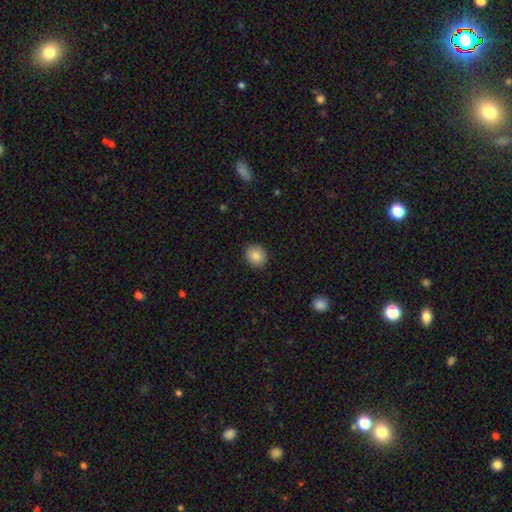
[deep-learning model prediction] This appears to be a smooth galaxy with no disk features (86%) that is round (83%). Merging: none (90%).